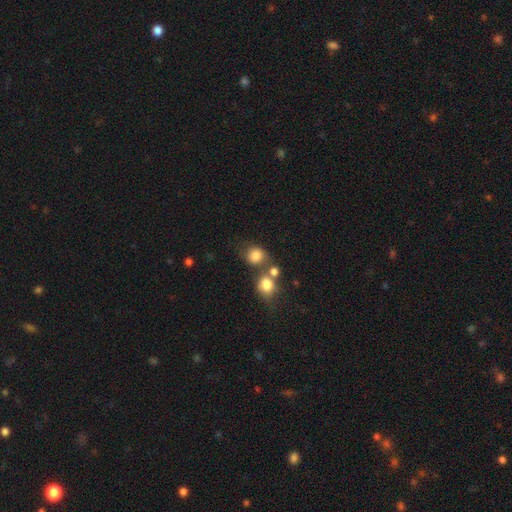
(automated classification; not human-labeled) Smooth or featured? smooth (80%)
How rounded? round (74%)
Merging? none (50%)